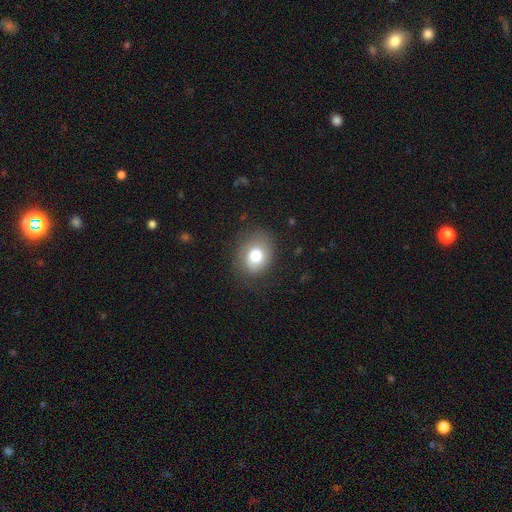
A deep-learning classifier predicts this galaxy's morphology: This is likely a smooth galaxy (75%). How rounded: possibly round (54%). Merging: likely none (74%).